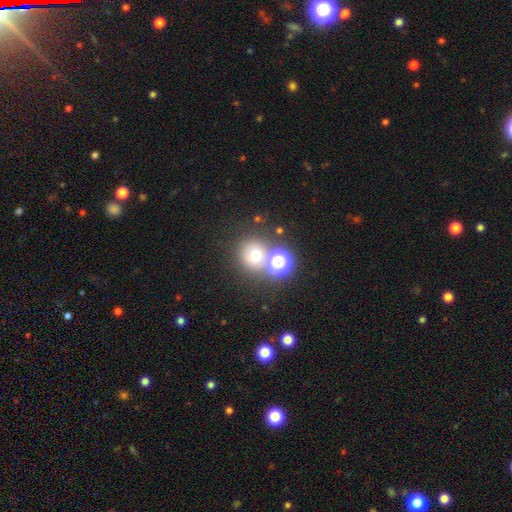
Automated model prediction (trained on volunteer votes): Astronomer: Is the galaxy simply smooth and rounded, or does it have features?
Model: smooth — 64%.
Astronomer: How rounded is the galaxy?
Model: round — 87%.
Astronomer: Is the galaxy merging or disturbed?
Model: none — 59%.